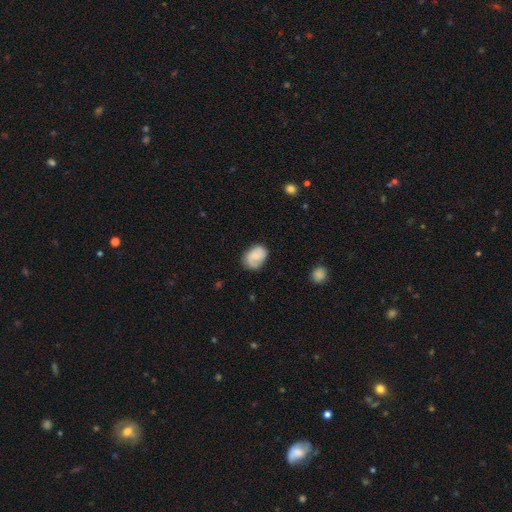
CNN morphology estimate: This appears to be a smooth galaxy with no disk features (67%) that is in between round and cigar-shaped (72%). Merging: none (64%).